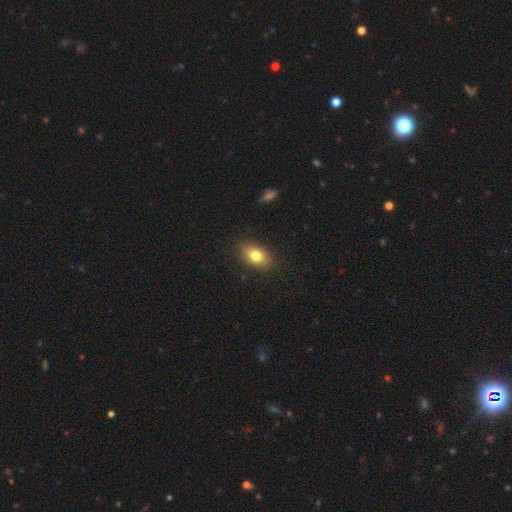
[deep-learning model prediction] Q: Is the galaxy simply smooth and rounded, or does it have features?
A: smooth — 81%.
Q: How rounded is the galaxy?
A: in between — 82%.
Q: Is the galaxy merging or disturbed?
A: none — 87%.